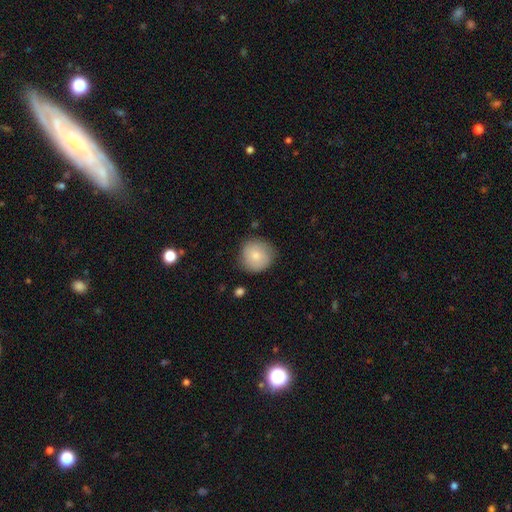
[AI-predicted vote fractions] smooth-or-featured: smooth: 80% | featured or disk: 13% | star or artifact: 7%
  how-rounded: round: 91% | in between: 8% | cigar-shaped: 1%
  merging: none: 81% | minor disturbance: 14% | major disturbance: 3% | merger: 2%